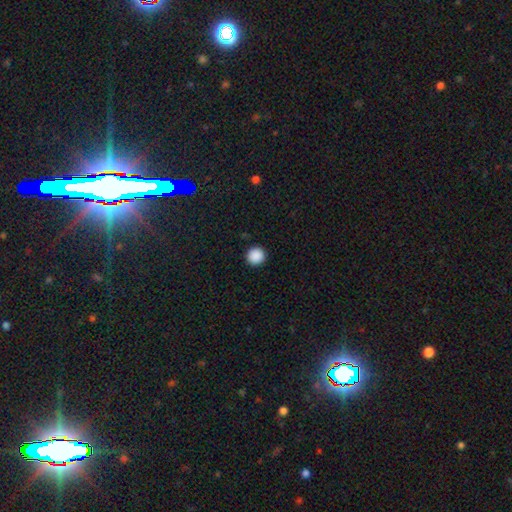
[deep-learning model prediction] Overall: smooth (89%). How rounded: round (95%). Merging: none (93%).